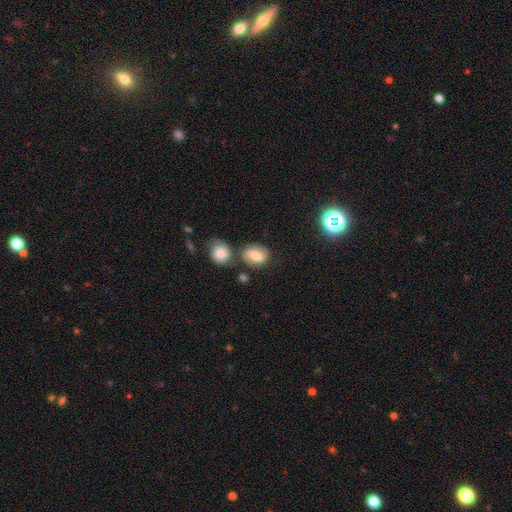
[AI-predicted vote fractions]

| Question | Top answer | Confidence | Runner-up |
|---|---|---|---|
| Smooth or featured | smooth | 59% | featured or disk (30%) |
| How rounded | in between | 57% | round (41%) |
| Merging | none | 58% | minor disturbance (20%) |